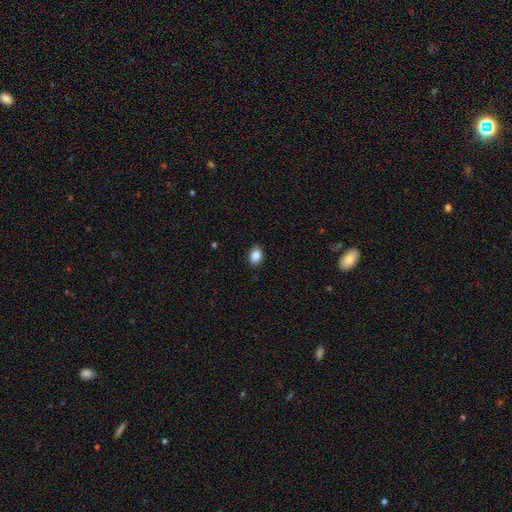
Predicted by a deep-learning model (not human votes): Smooth or featured?
  - smooth: 88% *
  - star or artifact: 8%
  - featured or disk: 3%
How rounded?
  - in between: 75% *
  - round: 24%
  - cigar-shaped: 1%
Merging?
  - none: 89% *
  - minor disturbance: 8%
  - major disturbance: 2%
  - merger: 1%